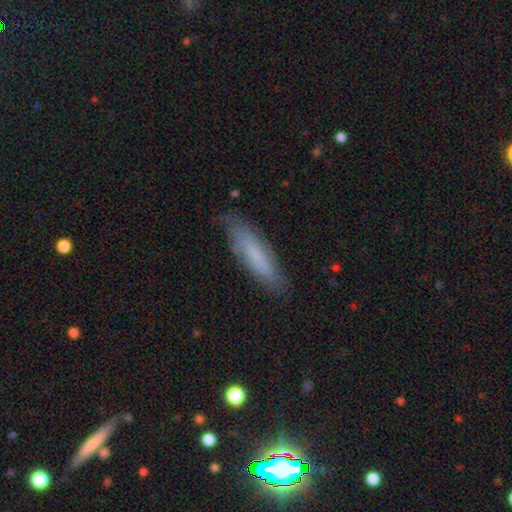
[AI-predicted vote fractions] This is likely a smooth galaxy (66%). How rounded: likely cigar-shaped (72%). Merging: likely none (77%).